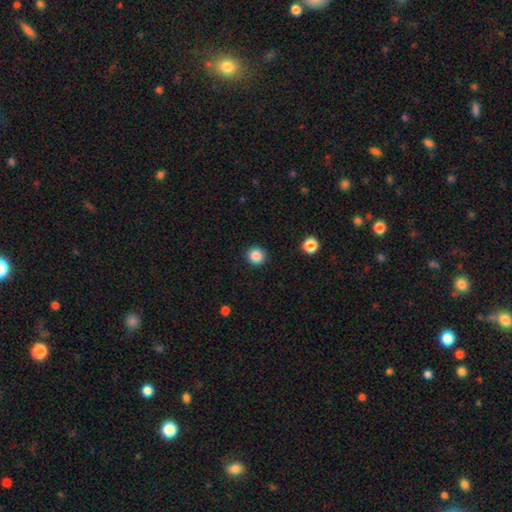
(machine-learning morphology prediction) A smooth galaxy with no disk features (86%) that is round (93%). Merging: none (92%).